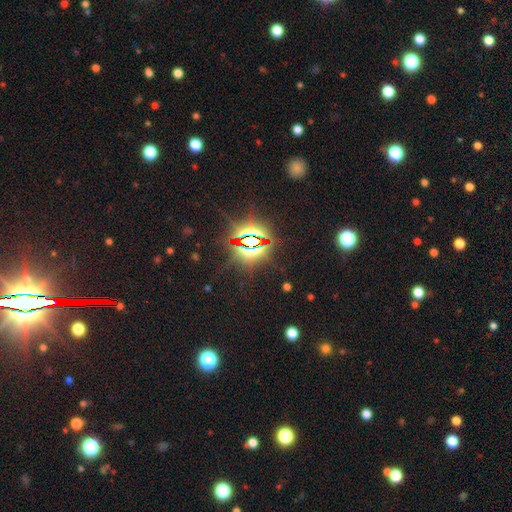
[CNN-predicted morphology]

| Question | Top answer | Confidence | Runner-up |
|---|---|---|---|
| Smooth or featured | star or artifact | 84% | smooth (9%) |